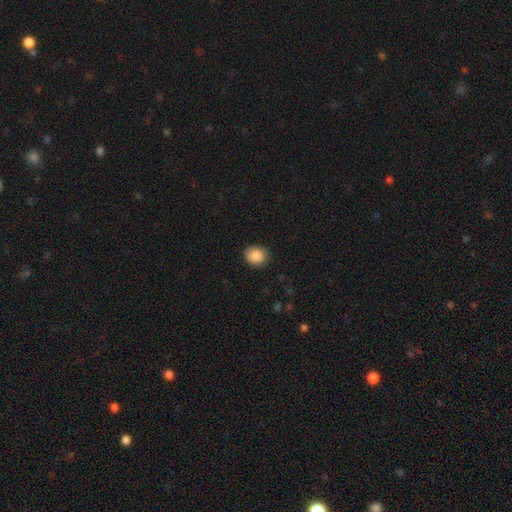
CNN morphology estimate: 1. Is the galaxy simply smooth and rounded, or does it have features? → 88% smooth, 8% star or artifact, 4% featured or disk.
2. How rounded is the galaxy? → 63% round, 36% in between, 1% cigar-shaped.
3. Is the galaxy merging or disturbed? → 85% none, 11% minor disturbance, 2% major disturbance, 1% merger.